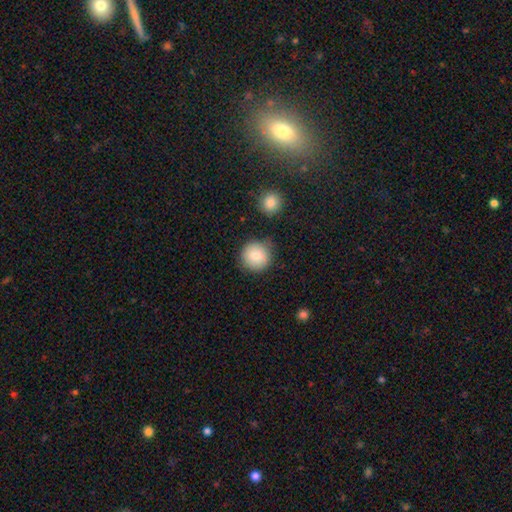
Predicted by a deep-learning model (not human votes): This appears to be a smooth galaxy with no disk features (83%) that is round (95%). Merging: none (79%).